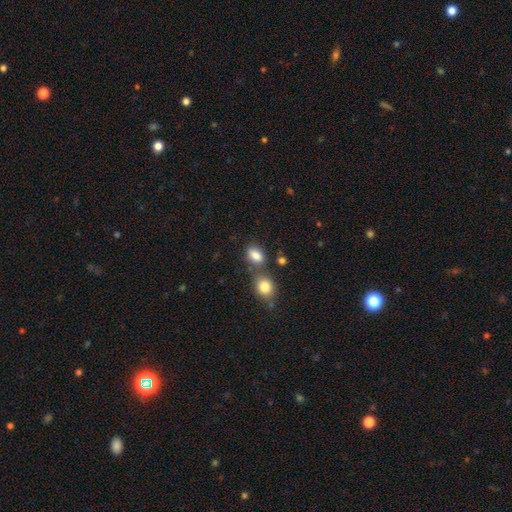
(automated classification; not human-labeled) This is clearly a smooth galaxy (84%). How rounded: likely in between (80%). Merging: possibly none (57%).